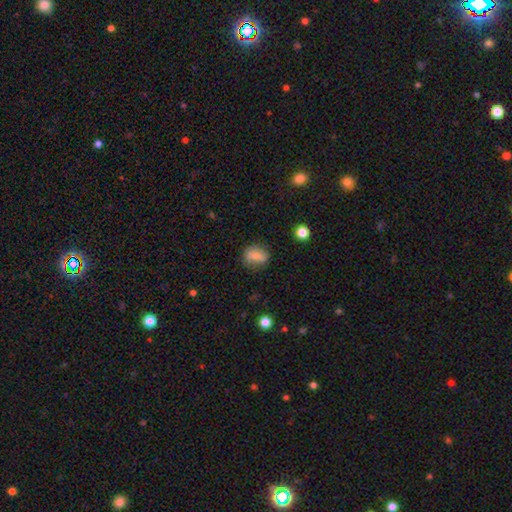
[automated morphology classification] This is likely a smooth galaxy (76%). How rounded: possibly in between (55%). Merging: likely none (76%).